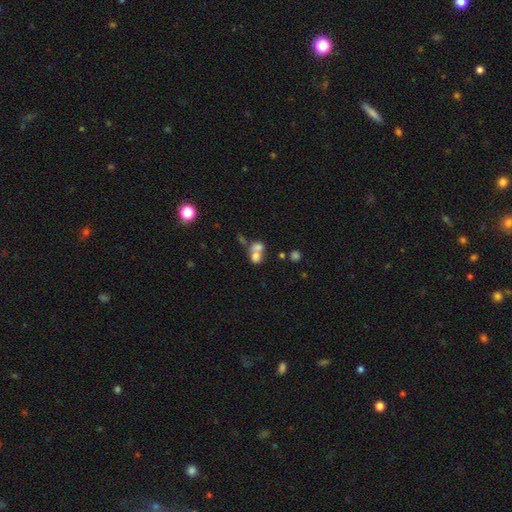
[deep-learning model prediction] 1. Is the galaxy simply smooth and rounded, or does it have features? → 66% smooth, 21% featured or disk, 13% star or artifact.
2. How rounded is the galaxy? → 50% round, 48% in between, 2% cigar-shaped.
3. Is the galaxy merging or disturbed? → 66% merger, 21% none, 7% minor disturbance, 6% major disturbance.